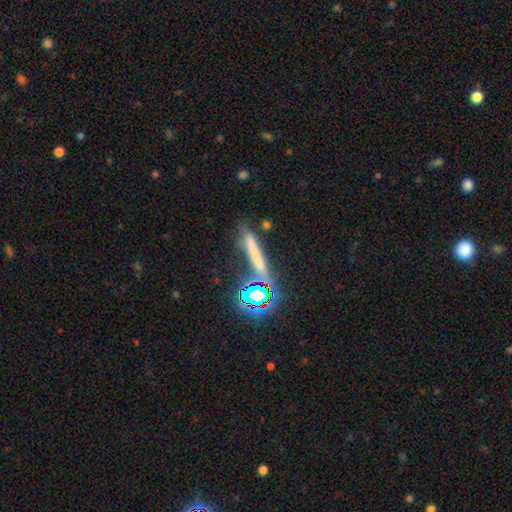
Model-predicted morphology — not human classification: Smooth or featured? Predicted: smooth (p=0.48). Merging? Predicted: none (p=0.71).